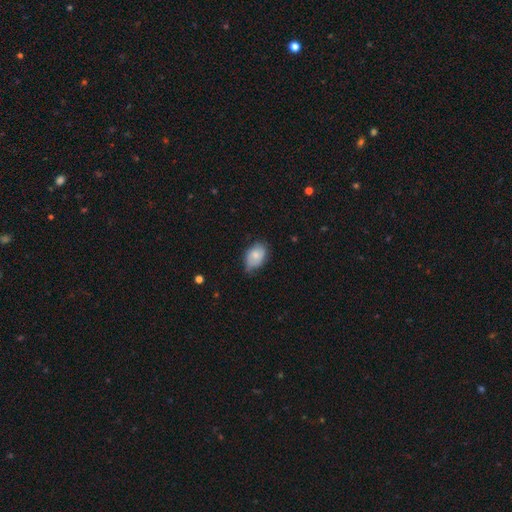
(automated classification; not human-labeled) smooth-or-featured: smooth: 73% | featured or disk: 20% | star or artifact: 7%
  how-rounded: in between: 82% | round: 17% | cigar-shaped: 1%
  merging: none: 54% | minor disturbance: 38% | major disturbance: 7% | merger: 2%